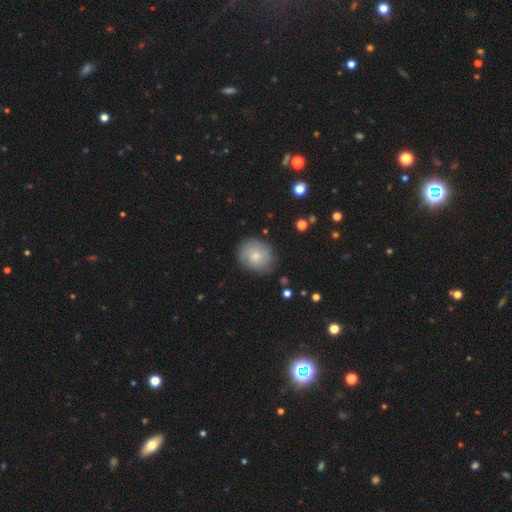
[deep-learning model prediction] The model was most divided on "smooth or featured": smooth: 60%, featured or disk: 33%, star or artifact: 8%. More confident: merging — none (76%); how rounded — round (66%).